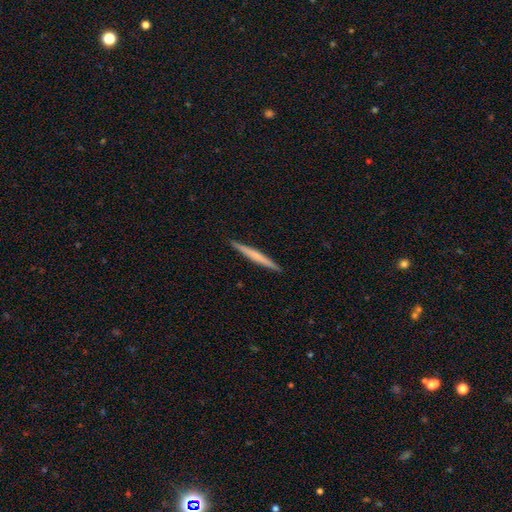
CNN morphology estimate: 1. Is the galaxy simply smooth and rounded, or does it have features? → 51% smooth, 44% featured or disk, 5% star or artifact.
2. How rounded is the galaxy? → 97% cigar-shaped, 2% in between, 1% round.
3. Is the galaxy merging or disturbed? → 92% none, 5% minor disturbance, 1% major disturbance, 1% merger.